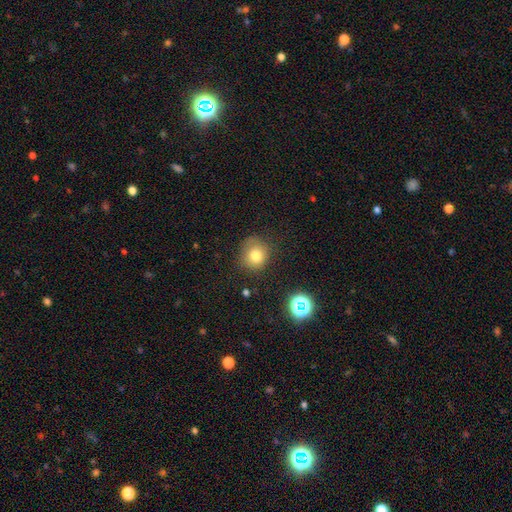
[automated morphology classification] Smooth or featured: smooth — 77% (star or artifact — 14%)
How rounded: round — 85% (in between — 14%)
Merging: none — 76% (minor disturbance — 17%)